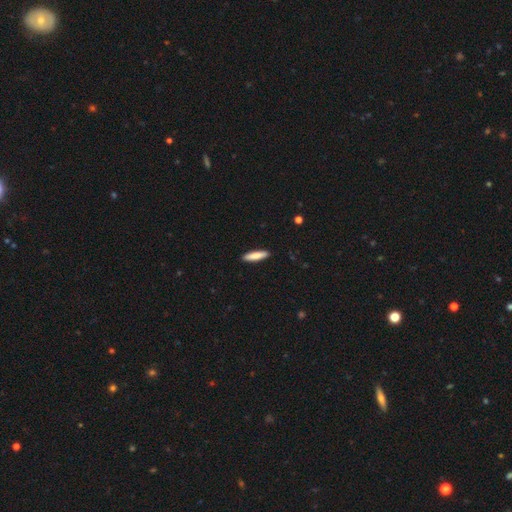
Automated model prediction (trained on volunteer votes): This appears to be a smooth galaxy with no disk features (82%) that is cigar-shaped (78%). Merging: none (91%).